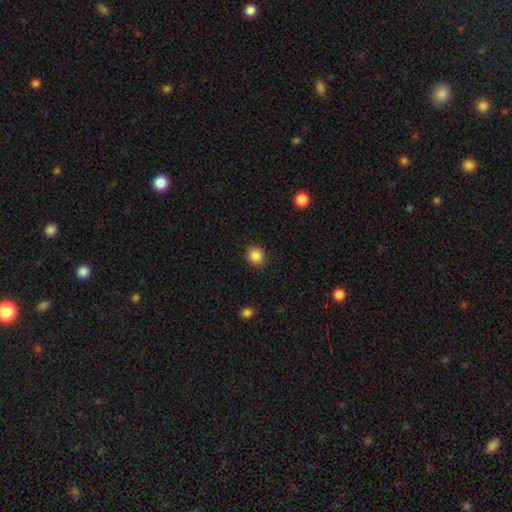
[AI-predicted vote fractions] Overall: smooth (87%). How rounded: round (73%). Merging: none (90%).